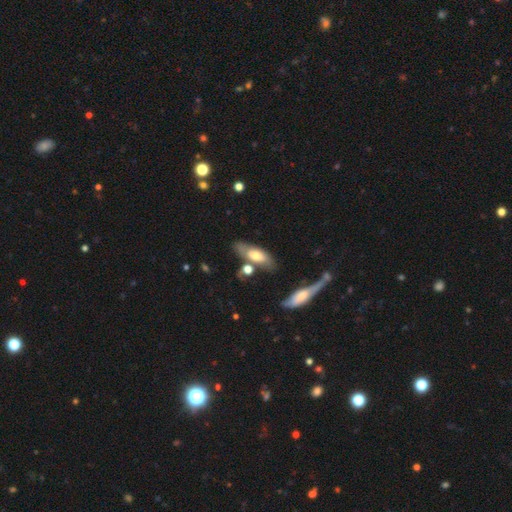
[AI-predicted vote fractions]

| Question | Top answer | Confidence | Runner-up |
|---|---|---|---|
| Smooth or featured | smooth | 57% | featured or disk (36%) |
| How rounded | in between | 71% | cigar-shaped (26%) |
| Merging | none | 59% | minor disturbance (18%) |